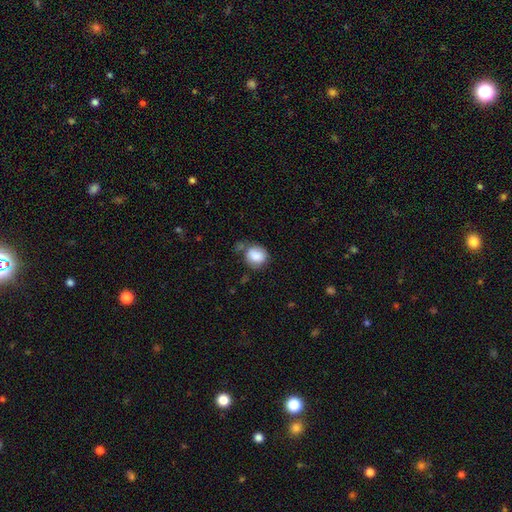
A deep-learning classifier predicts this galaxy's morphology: This is clearly a smooth galaxy (85%). How rounded: likely round (64%). Merging: possibly none (51%).